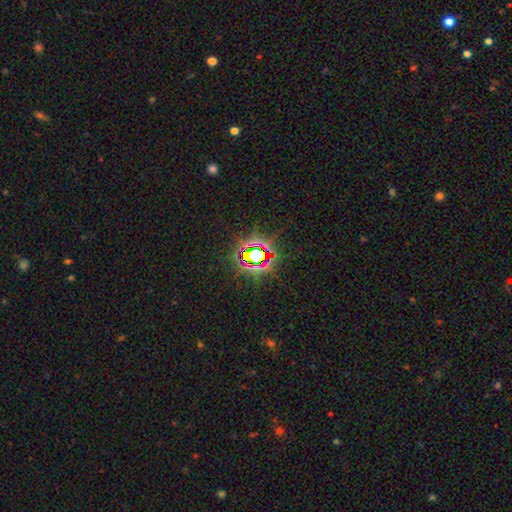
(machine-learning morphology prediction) This is likely a star or artifact rather than a galaxy (78%).